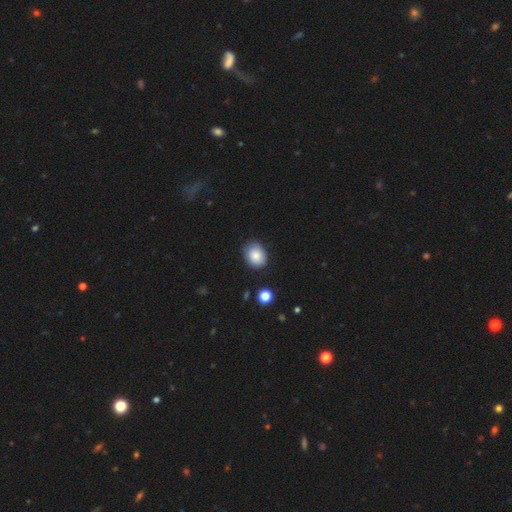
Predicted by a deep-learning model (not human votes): smooth-or-featured: smooth: 84% | star or artifact: 8% | featured or disk: 8%
  how-rounded: in between: 54% | round: 45% | cigar-shaped: 1%
  merging: none: 80% | minor disturbance: 15% | major disturbance: 3% | merger: 2%